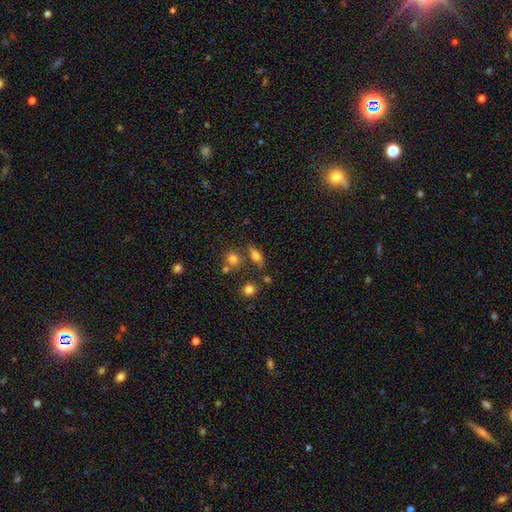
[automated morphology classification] Smooth or featured? Predicted: smooth (p=0.64). How rounded? Predicted: in between (p=0.62). Merging? Predicted: none (p=0.68).